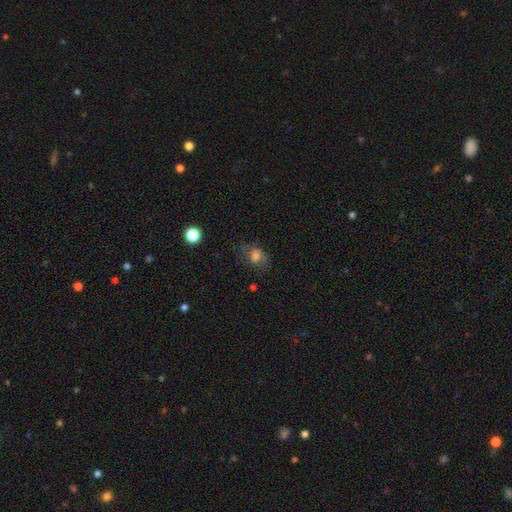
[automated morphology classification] A smooth galaxy with no disk features (61%) that is in between round and cigar-shaped (55%). Merging: none (58%).